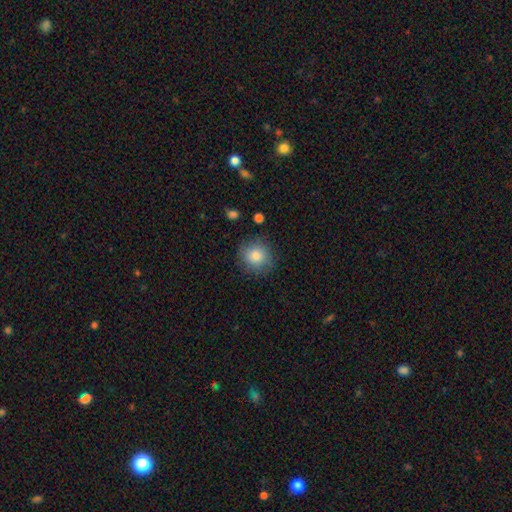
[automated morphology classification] Overall: smooth (83%). How rounded: round (91%). Merging: none (84%).